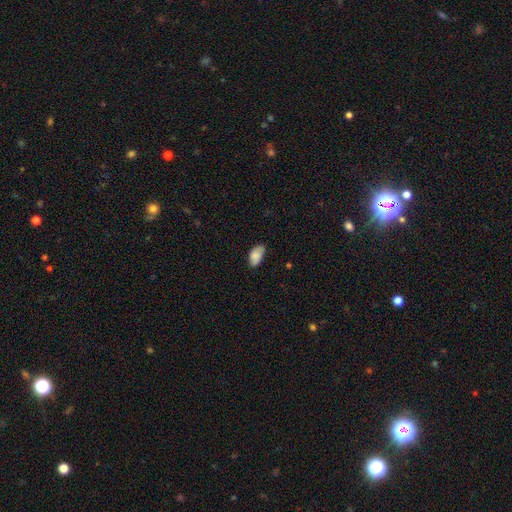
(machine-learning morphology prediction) Smooth or featured: smooth — 84% (featured or disk — 9%)
How rounded: in between — 94% (round — 3%)
Merging: none — 68% (minor disturbance — 26%)